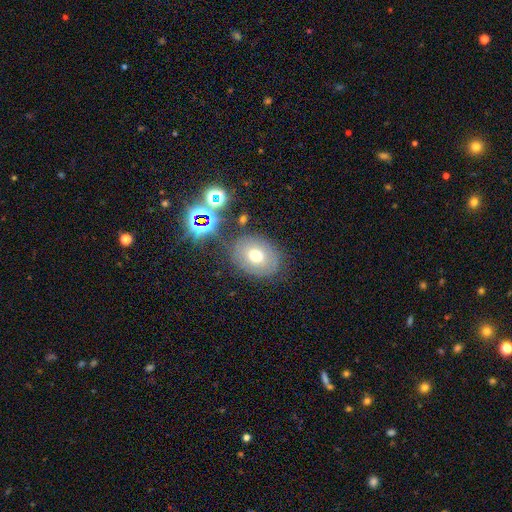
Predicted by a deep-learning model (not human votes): Smooth or featured? Predicted: smooth (p=0.63). How rounded? Predicted: in between (p=0.56). Merging? Predicted: none (p=0.79).